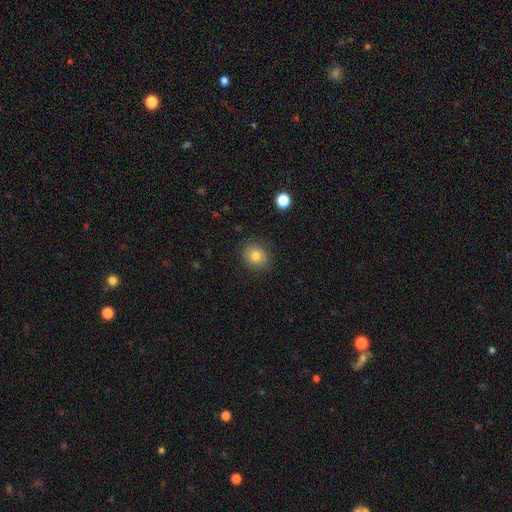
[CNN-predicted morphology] smooth-or-featured: smooth: 79% | star or artifact: 11% | featured or disk: 10%
  how-rounded: round: 76% | in between: 23% | cigar-shaped: 1%
  merging: none: 86% | minor disturbance: 10% | major disturbance: 3% | merger: 1%